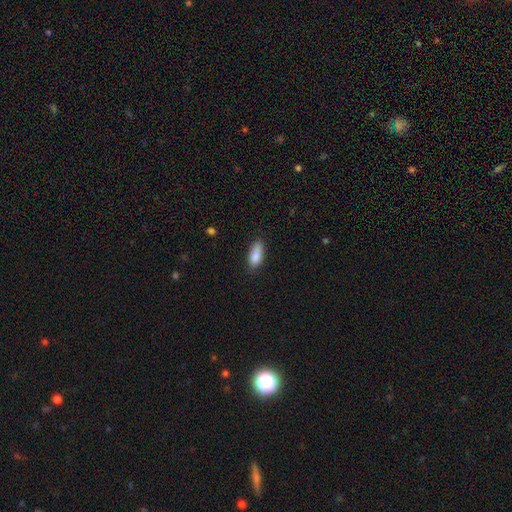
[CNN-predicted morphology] Q: Smooth or featured?
A: smooth (87%); runner-up: star or artifact (7%)
Q: How rounded?
A: in between (80%); runner-up: cigar-shaped (18%)
Q: Merging?
A: none (79%); runner-up: minor disturbance (17%)